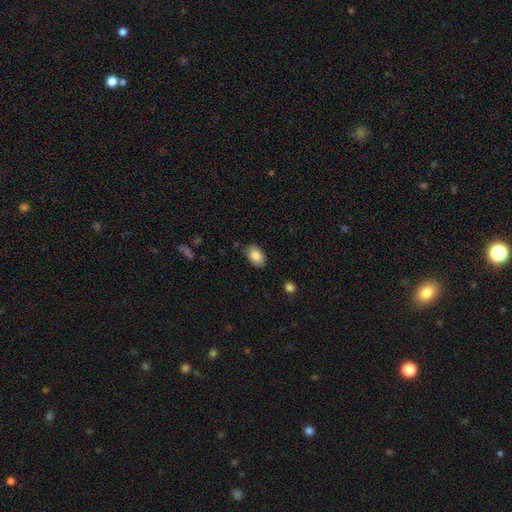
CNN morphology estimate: The model was most divided on "merging": none: 81%, minor disturbance: 15%, major disturbance: 3%, merger: 2%. More confident: how rounded — in between (88%); smooth or featured — smooth (84%).